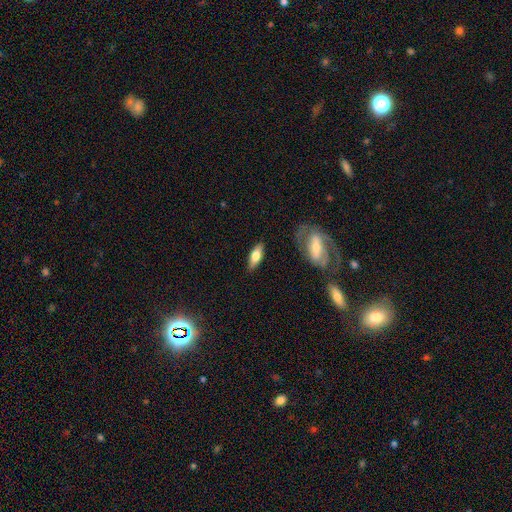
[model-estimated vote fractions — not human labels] Morphology: type=smooth (65%); roundness=in between (69%); merging=none (85%).